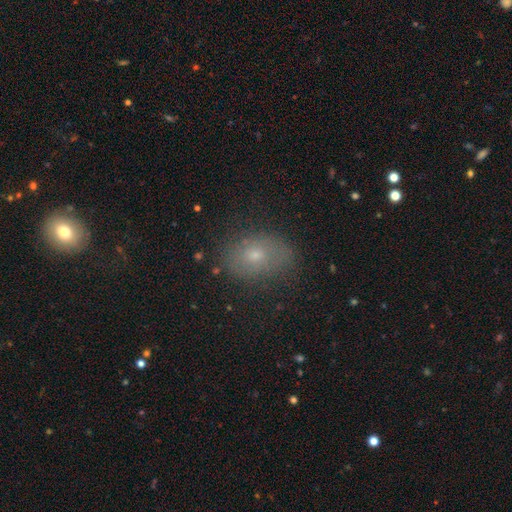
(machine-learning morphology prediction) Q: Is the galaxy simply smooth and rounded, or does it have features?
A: smooth — 62%.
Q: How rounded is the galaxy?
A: in between — 73%.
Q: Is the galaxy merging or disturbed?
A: none — 74%.